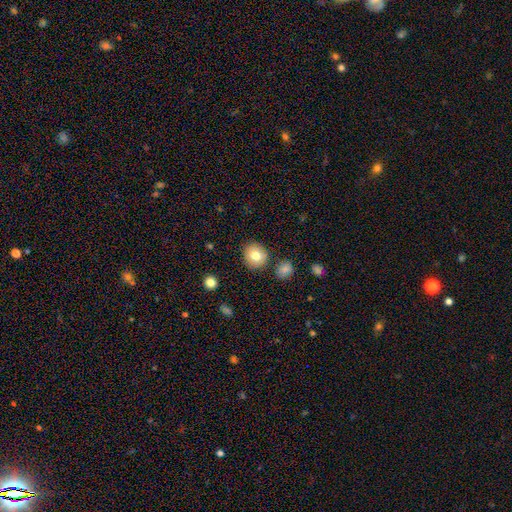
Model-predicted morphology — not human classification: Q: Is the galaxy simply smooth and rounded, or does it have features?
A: smooth — 78%.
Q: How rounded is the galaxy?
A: round — 85%.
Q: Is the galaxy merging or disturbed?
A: none — 85%.